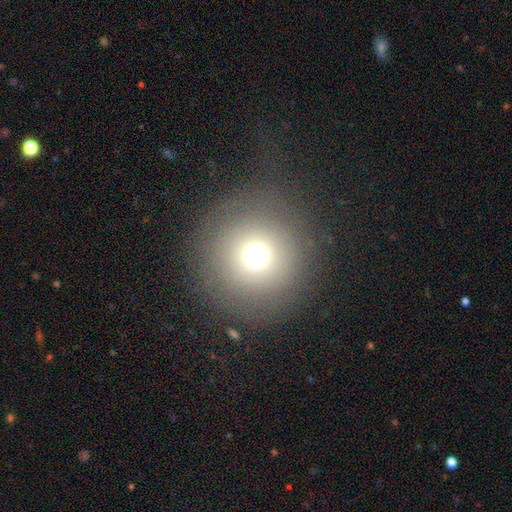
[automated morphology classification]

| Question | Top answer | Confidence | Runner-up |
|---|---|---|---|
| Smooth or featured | smooth | 68% | star or artifact (21%) |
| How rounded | round | 96% | in between (3%) |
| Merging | none | 85% | minor disturbance (7%) |